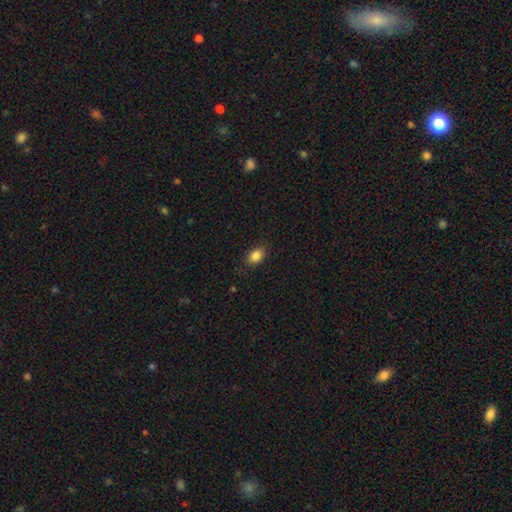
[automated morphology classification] Smooth or featured? Predicted: smooth (p=0.86). How rounded? Predicted: in between (p=0.83). Merging? Predicted: none (p=0.84).